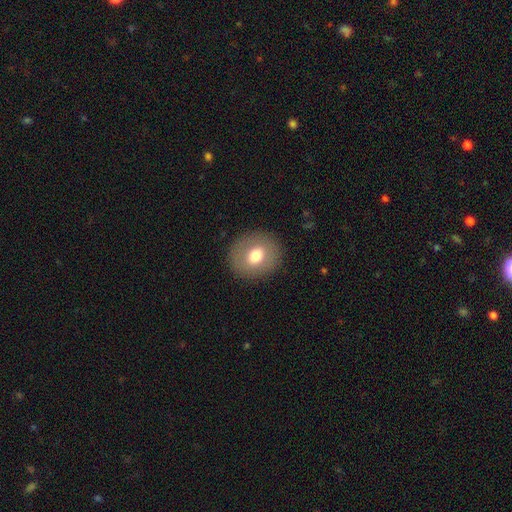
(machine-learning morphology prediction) type=smooth (71%); roundness=round (77%); merging=none (89%).